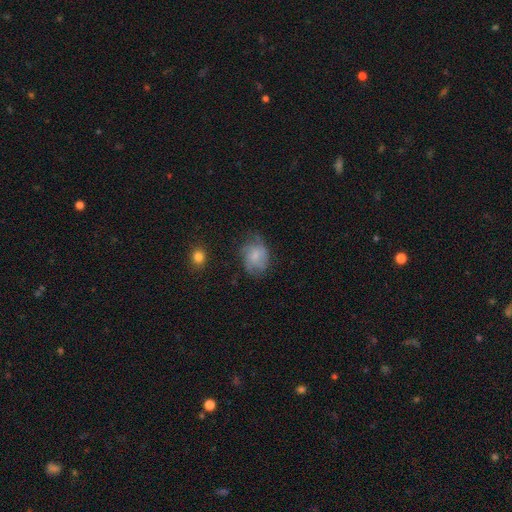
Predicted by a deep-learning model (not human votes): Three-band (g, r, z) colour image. It shows a smooth galaxy with no disk features (53%) that is in between round and cigar-shaped (53%). Merging: none (53%).